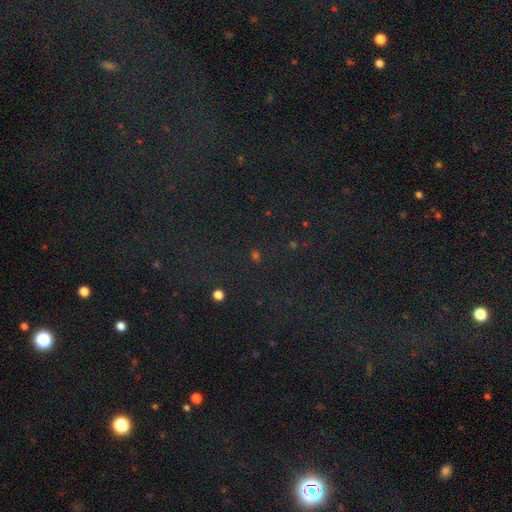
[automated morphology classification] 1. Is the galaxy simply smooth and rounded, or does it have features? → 64% star or artifact, 28% smooth, 8% featured or disk.